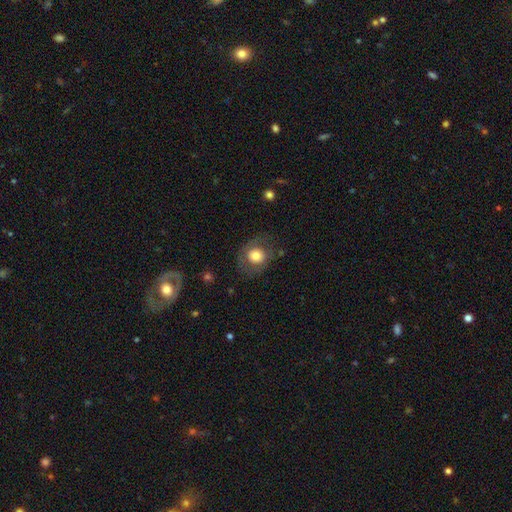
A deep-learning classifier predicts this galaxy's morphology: A smooth galaxy with no disk features (70%) that is round (73%). Merging: none (71%).